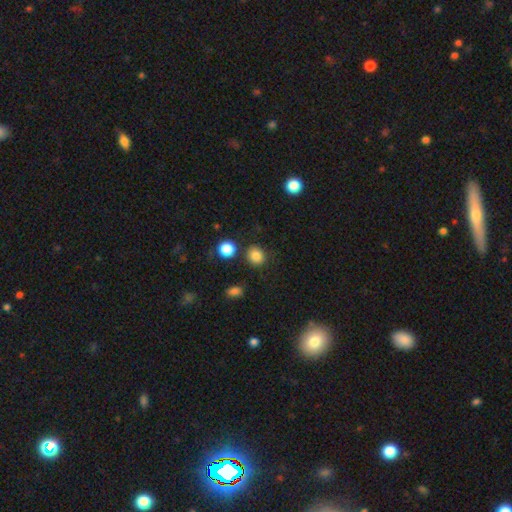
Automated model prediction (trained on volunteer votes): A smooth galaxy with no disk features (83%) that is round (81%). Merging: none (84%).